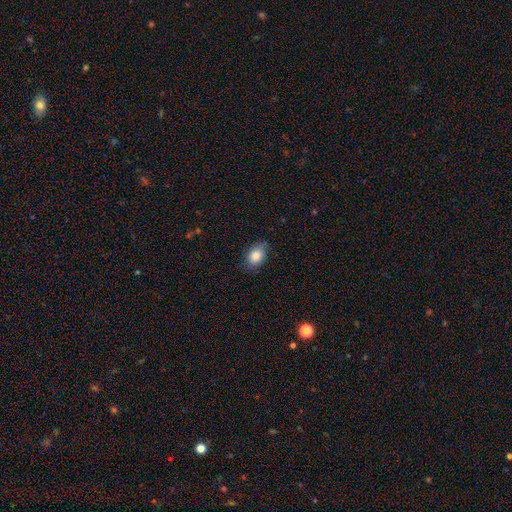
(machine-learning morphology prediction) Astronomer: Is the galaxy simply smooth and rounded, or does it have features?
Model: smooth — 81%.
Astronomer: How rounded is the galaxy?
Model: in between — 80%.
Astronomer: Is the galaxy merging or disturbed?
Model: none — 73%.